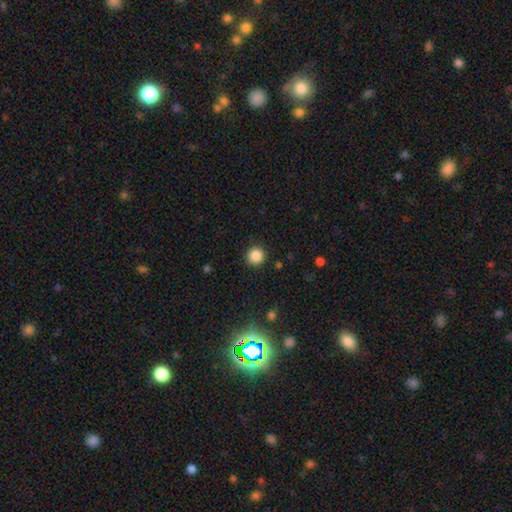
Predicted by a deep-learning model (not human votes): The model was most divided on "smooth or featured": smooth: 86%, star or artifact: 11%, featured or disk: 4%. More confident: how rounded — round (94%); merging — none (91%).